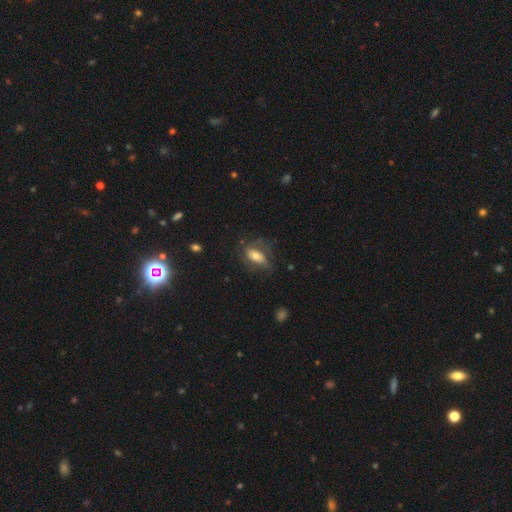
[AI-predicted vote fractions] Overall: featured or disk (49%; smooth 43%). Merging: none (57%; minor disturbance 23%).